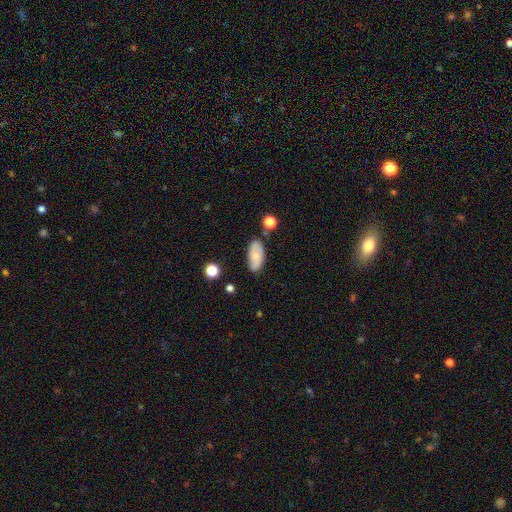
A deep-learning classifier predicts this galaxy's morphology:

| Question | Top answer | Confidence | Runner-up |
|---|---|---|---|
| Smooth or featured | smooth | 71% | featured or disk (22%) |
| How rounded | in between | 91% | cigar-shaped (6%) |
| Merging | none | 77% | minor disturbance (16%) |